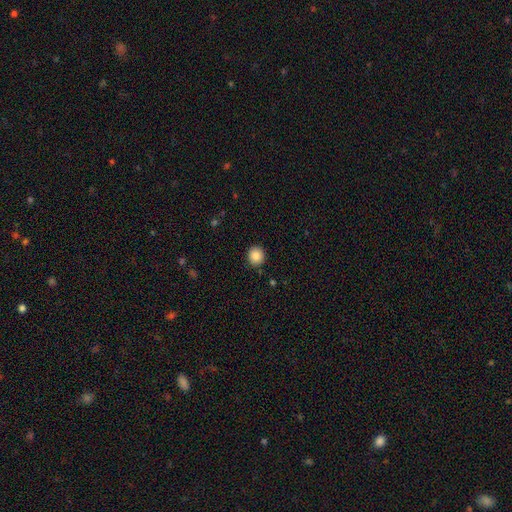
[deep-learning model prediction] smooth 85%, star or artifact 9%, featured or disk 6%. Down the decision tree: how rounded — round (90%); merging — none (91%).